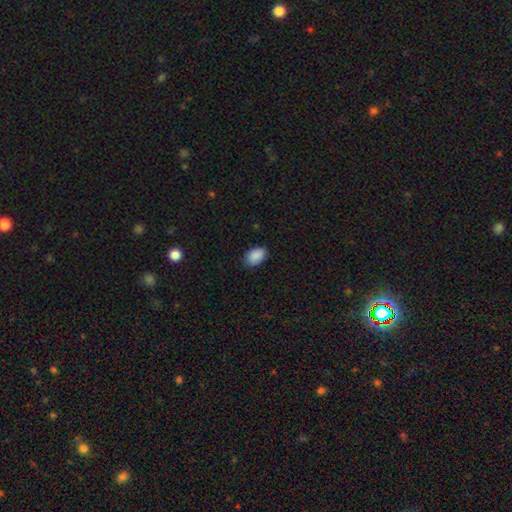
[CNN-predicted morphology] This appears to be a smooth galaxy with no disk features (90%) that is in between round and cigar-shaped (90%). Merging: none (85%).